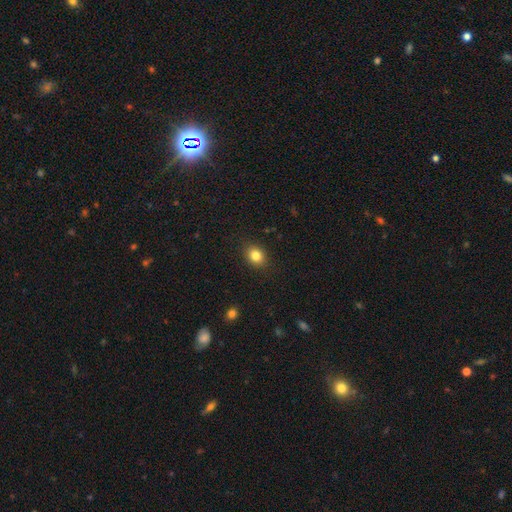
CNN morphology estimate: Smooth or featured? Predicted: smooth (p=0.83). How rounded? Predicted: in between (p=0.51). Merging? Predicted: none (p=0.88).